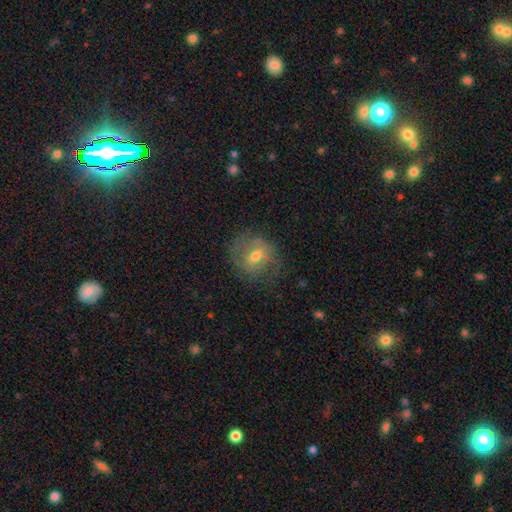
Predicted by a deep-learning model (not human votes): A featured or disk galaxy (45%). Merging: none (69%).